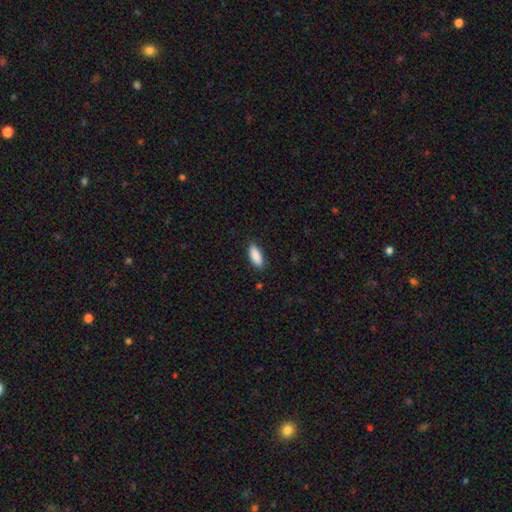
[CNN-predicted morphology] The model was most divided on "how rounded": in between: 81%, cigar-shaped: 17%, round: 2%. More confident: smooth or featured — smooth (90%); merging — none (87%).